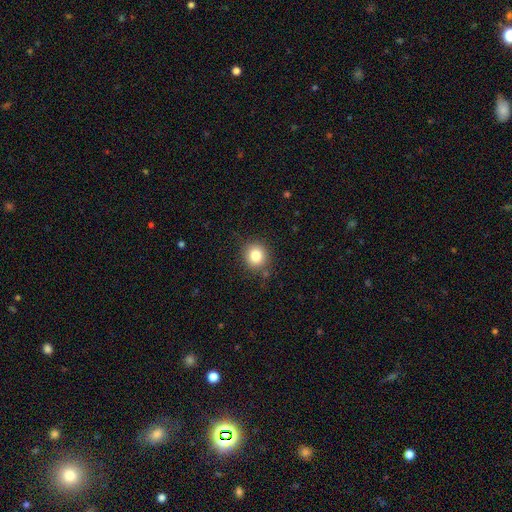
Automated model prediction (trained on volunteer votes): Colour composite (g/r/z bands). It shows a smooth galaxy with no disk features (82%) that is round (88%). Merging: none (85%).